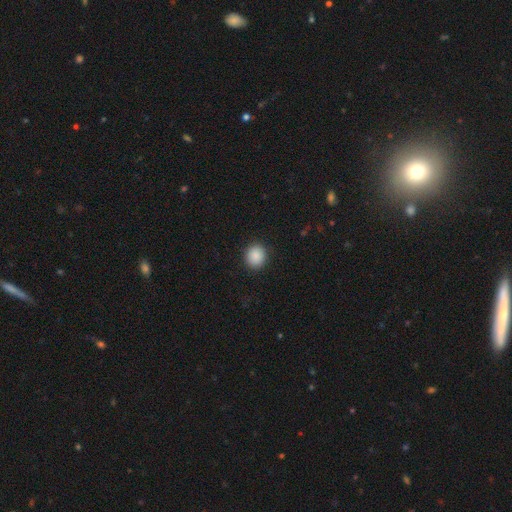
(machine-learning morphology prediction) The model was most divided on "how rounded": round: 83%, in between: 16%, cigar-shaped: 1%. More confident: merging — none (91%); smooth or featured — smooth (89%).